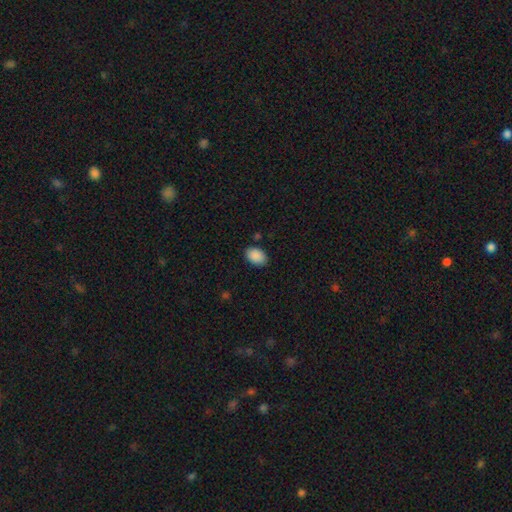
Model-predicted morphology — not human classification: Smooth or featured: smooth — 90% (star or artifact — 7%)
How rounded: in between — 85% (round — 14%)
Merging: none — 86% (minor disturbance — 10%)